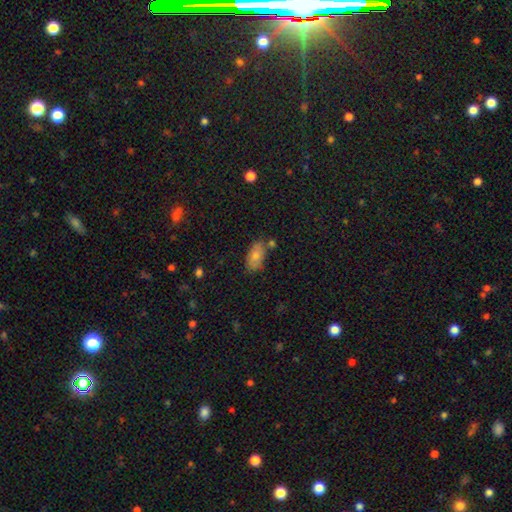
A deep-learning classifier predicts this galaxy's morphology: smooth 77%, featured or disk 15%, star or artifact 8%. Down the decision tree: how rounded — in between (92%); merging — none (66%).